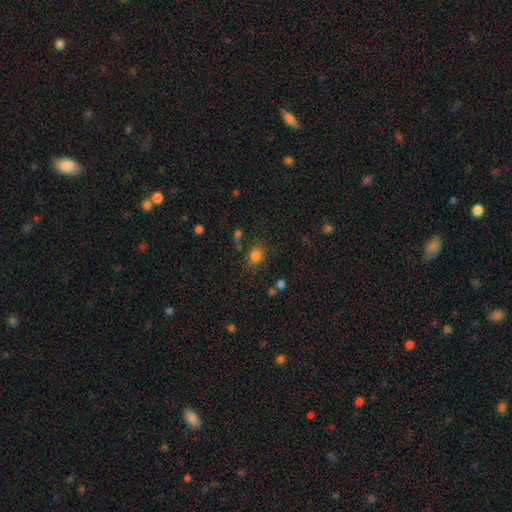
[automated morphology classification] Q: Smooth or featured?
A: smooth (80%); runner-up: star or artifact (14%)
Q: How rounded?
A: round (52%); runner-up: in between (46%)
Q: Merging?
A: none (70%); runner-up: minor disturbance (17%)